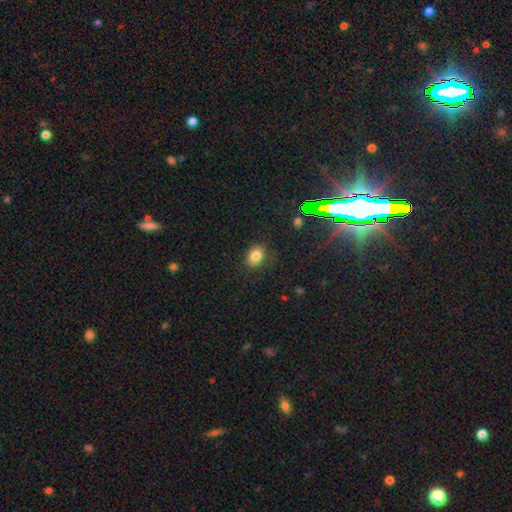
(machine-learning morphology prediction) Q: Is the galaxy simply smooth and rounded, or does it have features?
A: smooth — 81%.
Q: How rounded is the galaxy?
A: in between — 58%.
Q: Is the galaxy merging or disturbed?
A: none — 81%.